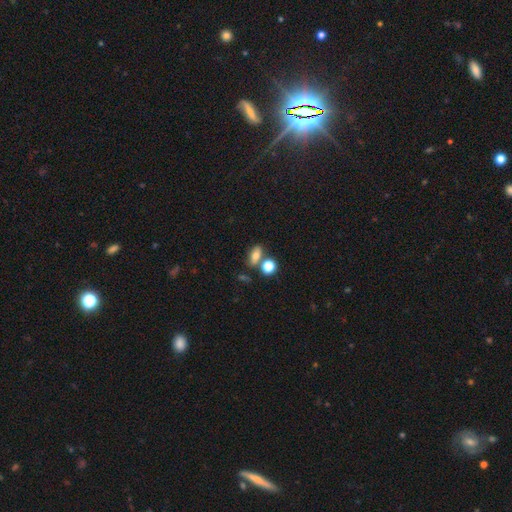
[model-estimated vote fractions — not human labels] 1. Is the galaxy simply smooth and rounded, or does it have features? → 71% smooth, 16% featured or disk, 13% star or artifact.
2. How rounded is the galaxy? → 71% in between, 19% round, 10% cigar-shaped.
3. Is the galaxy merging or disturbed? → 61% none, 21% merger, 13% minor disturbance, 5% major disturbance.